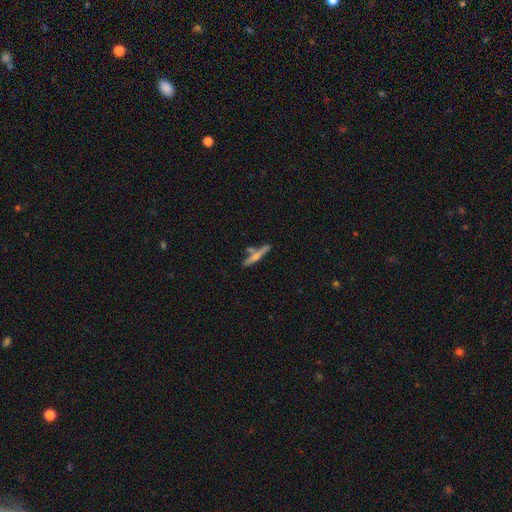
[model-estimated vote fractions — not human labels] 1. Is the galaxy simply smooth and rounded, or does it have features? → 48% smooth, 45% featured or disk, 7% star or artifact.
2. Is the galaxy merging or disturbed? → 64% none, 19% merger, 13% minor disturbance, 4% major disturbance.